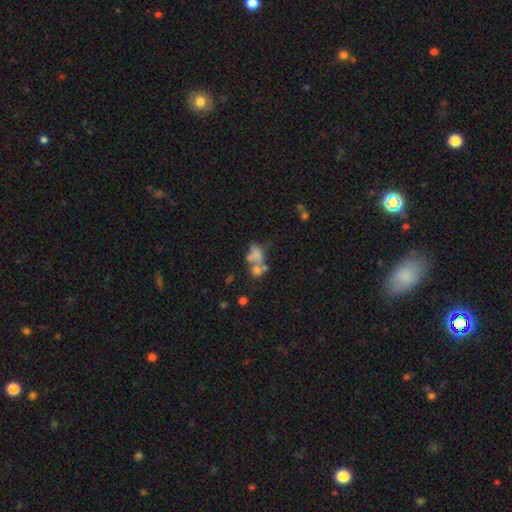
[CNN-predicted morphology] type=smooth (55%); roundness=in between (70%); merging=merger (48%).